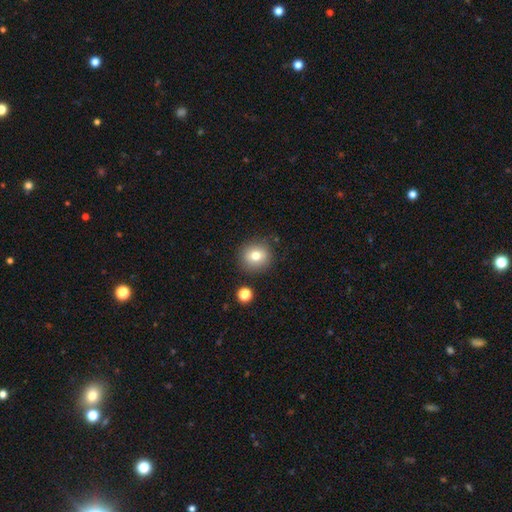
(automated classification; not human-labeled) Smooth or featured?
  - smooth: 77% *
  - featured or disk: 12%
  - star or artifact: 12%
How rounded?
  - round: 90% *
  - in between: 9%
  - cigar-shaped: 1%
Merging?
  - none: 86% *
  - minor disturbance: 8%
  - merger: 3%
  - major disturbance: 3%